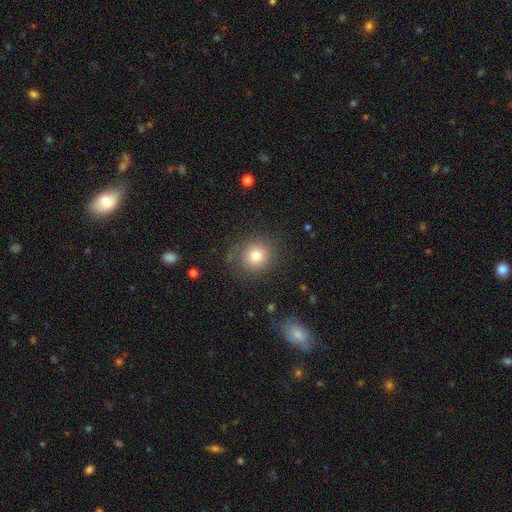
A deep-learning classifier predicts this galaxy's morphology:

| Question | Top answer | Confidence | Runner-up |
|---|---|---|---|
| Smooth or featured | smooth | 79% | star or artifact (12%) |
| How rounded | round | 85% | in between (14%) |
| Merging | none | 80% | minor disturbance (13%) |